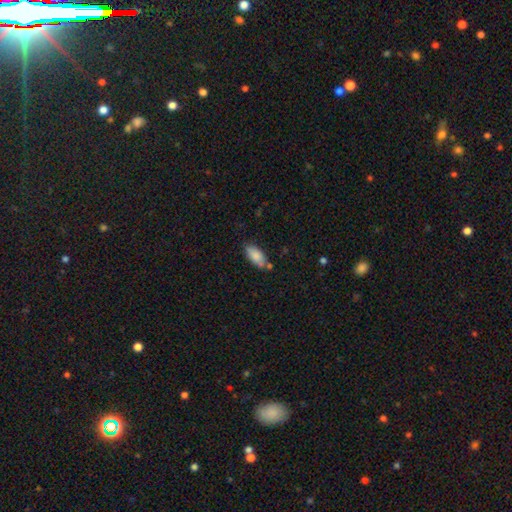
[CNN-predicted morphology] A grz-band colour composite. It shows a smooth galaxy with no disk features (84%) that is in between round and cigar-shaped (87%). Merging: none (64%).